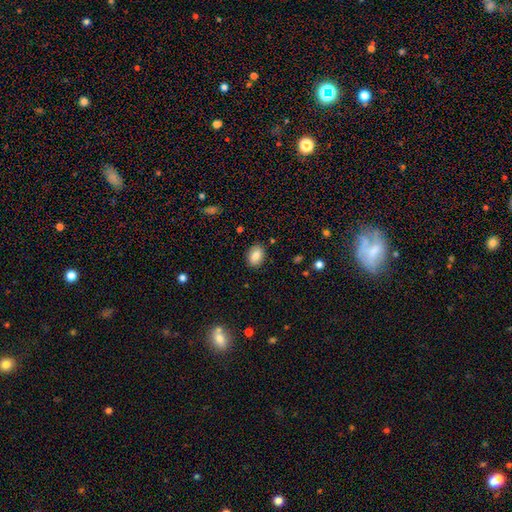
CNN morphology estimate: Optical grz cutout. It shows a smooth galaxy with no disk features (84%) that is in between round and cigar-shaped (78%). Merging: none (87%).